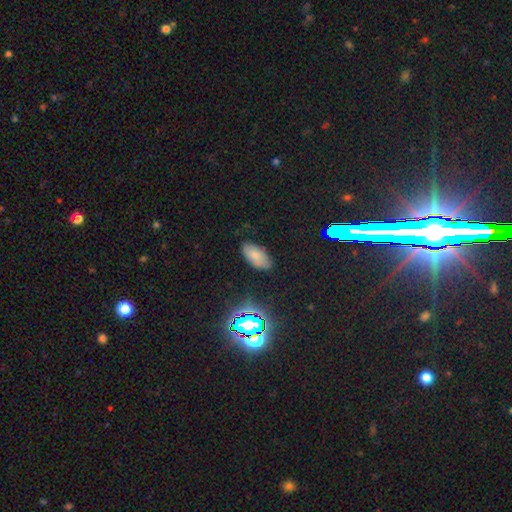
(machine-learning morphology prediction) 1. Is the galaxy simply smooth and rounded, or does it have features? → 69% smooth, 17% star or artifact, 14% featured or disk.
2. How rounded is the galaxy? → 94% in between, 3% cigar-shaped, 3% round.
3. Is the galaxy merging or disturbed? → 80% none, 15% minor disturbance, 3% major disturbance, 2% merger.